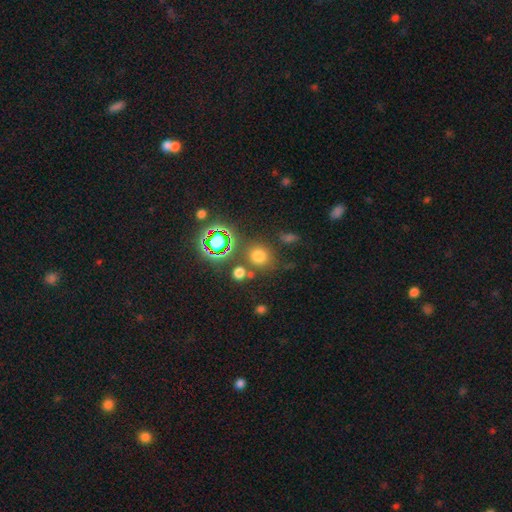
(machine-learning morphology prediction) Smooth or featured? Predicted: star or artifact (p=0.59).